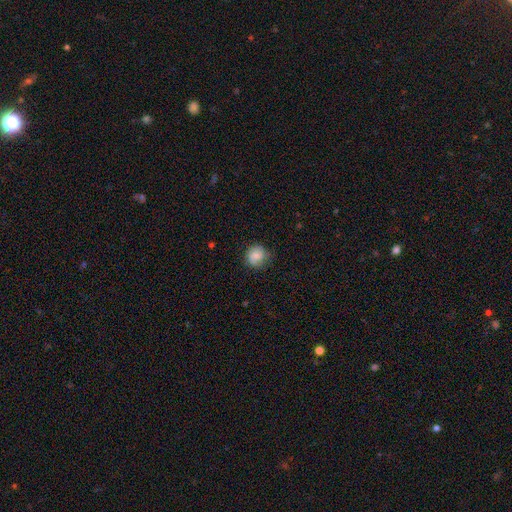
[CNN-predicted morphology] A smooth galaxy with no disk features (76%) that is round (88%).

Vote fractions:
- Smooth or featured? smooth: 76% / featured or disk: 16% / star or artifact: 8%
- How rounded? round: 88% / in between: 11% / cigar-shaped: 1%
- Merging? none: 76% / minor disturbance: 18% / major disturbance: 5% / merger: 1%